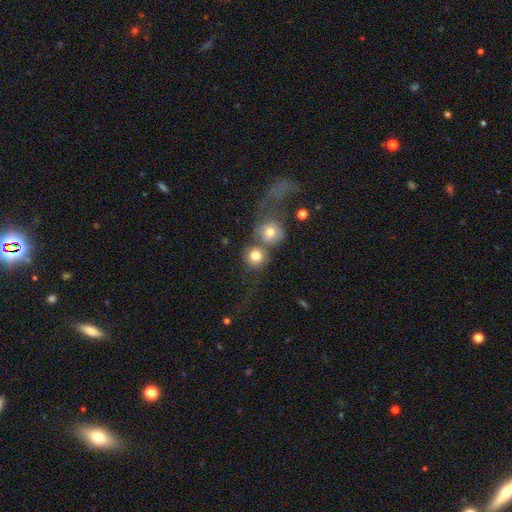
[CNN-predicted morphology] The model was most divided on "merging": merger: 45%, none: 38%, minor disturbance: 9%, major disturbance: 9%. More confident: how rounded — round (86%); smooth or featured — smooth (76%).